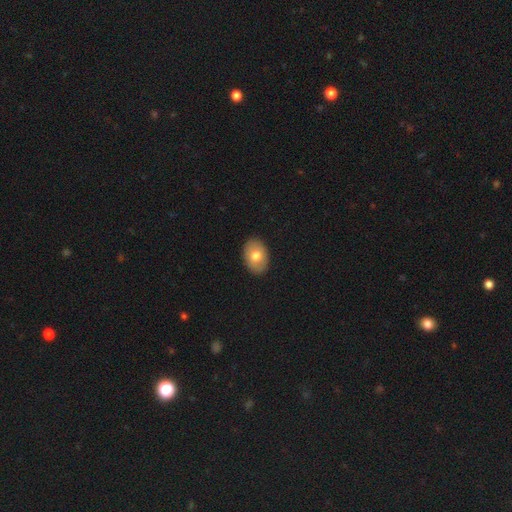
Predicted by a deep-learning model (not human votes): Smooth or featured?
  - smooth: 74% *
  - featured or disk: 19%
  - star or artifact: 7%
How rounded?
  - in between: 84% *
  - round: 15%
  - cigar-shaped: 1%
Merging?
  - none: 90% *
  - minor disturbance: 7%
  - major disturbance: 2%
  - merger: 1%